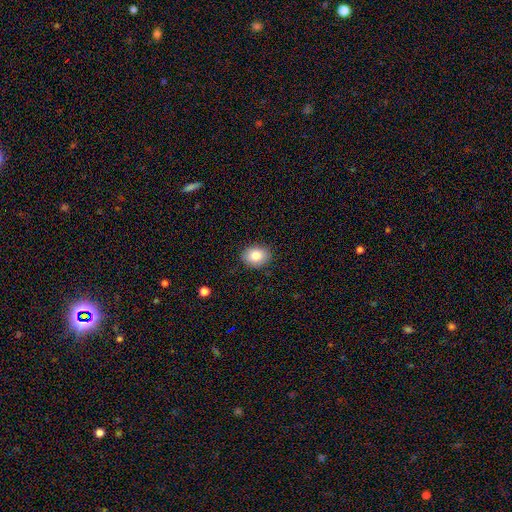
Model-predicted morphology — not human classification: Smooth or featured? smooth (83%)
How rounded? in between (57%)
Merging? none (88%)